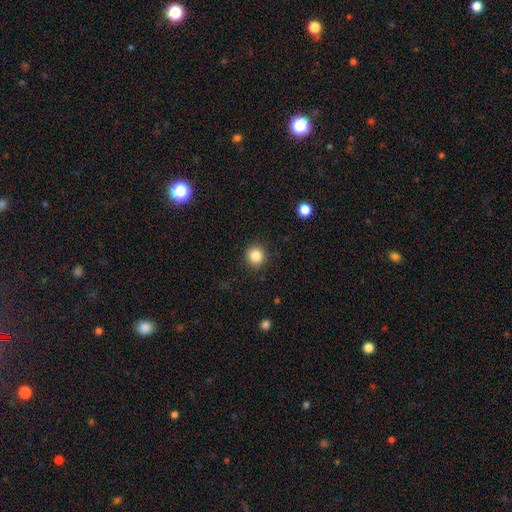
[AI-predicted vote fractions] Smooth or featured? Predicted: smooth (p=0.84). How rounded? Predicted: round (p=0.90). Merging? Predicted: none (p=0.90).